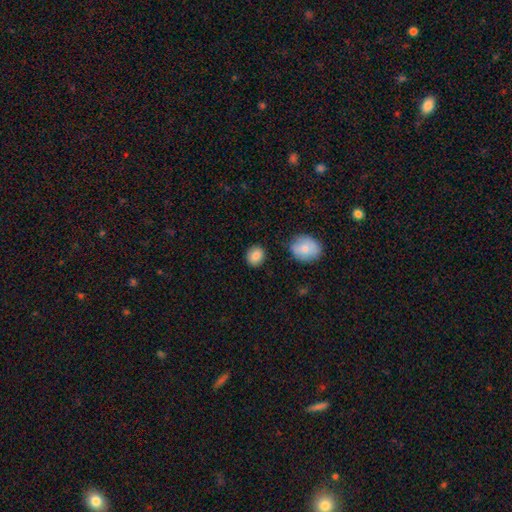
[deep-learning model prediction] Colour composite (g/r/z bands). It shows a smooth galaxy with no disk features (86%) that is round (74%). Merging: none (85%).